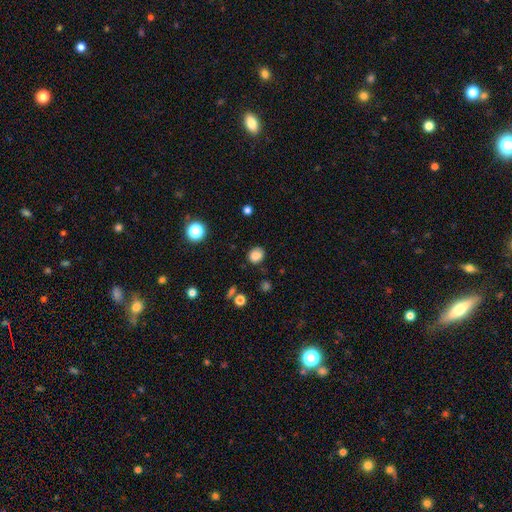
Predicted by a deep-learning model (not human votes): Smooth or featured? Predicted: smooth (p=0.84). How rounded? Predicted: round (p=0.66). Merging? Predicted: none (p=0.81).